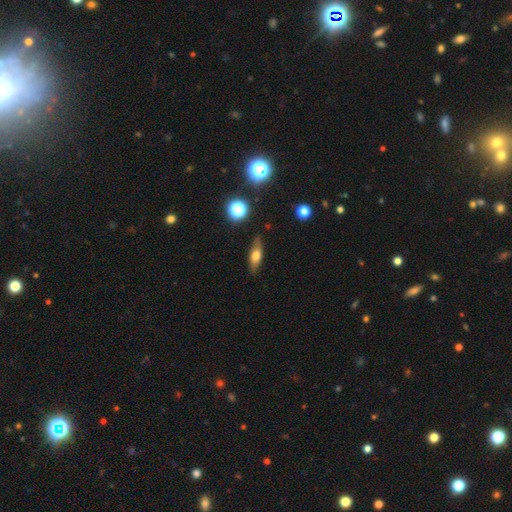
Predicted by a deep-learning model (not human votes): This is possibly a smooth galaxy (55%). How rounded: possibly in between (53%). Merging: likely none (79%).